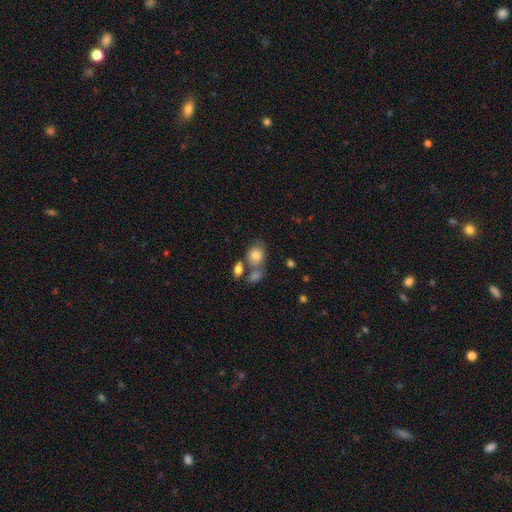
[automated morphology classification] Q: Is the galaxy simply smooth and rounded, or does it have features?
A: smooth — 79%.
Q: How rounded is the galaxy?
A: round — 50%.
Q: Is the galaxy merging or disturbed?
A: none — 47%.